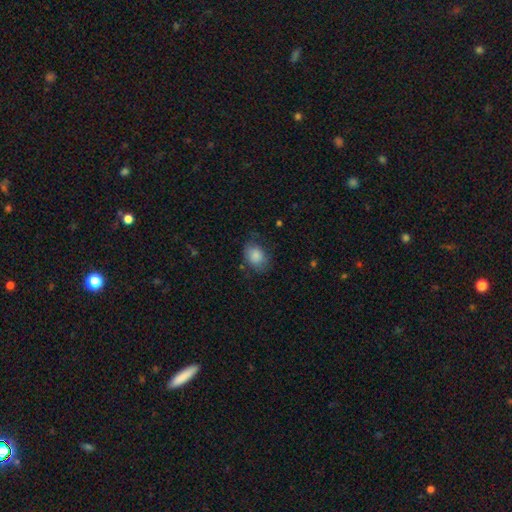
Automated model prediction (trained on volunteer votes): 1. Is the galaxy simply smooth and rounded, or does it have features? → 84% smooth, 8% featured or disk, 7% star or artifact.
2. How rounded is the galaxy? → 66% in between, 33% round, 1% cigar-shaped.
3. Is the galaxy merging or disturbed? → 65% none, 24% minor disturbance, 9% major disturbance, 2% merger.